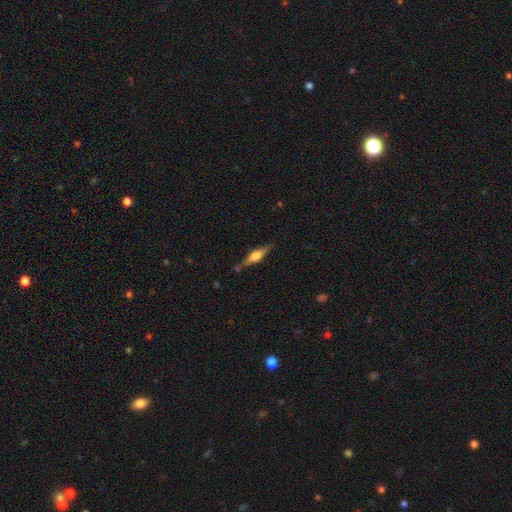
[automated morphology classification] This is possibly a featured or disk galaxy (57%). It is clearly viewed edge-on (95%). Edge-on bulge: clearly rounded (86%). Merging: likely none (78%).